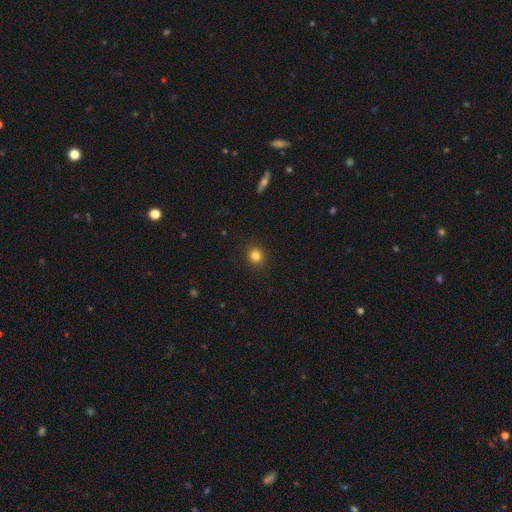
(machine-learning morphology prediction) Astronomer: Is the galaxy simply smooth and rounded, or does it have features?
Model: smooth — 83%.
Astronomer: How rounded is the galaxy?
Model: round — 87%.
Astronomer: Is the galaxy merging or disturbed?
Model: none — 91%.